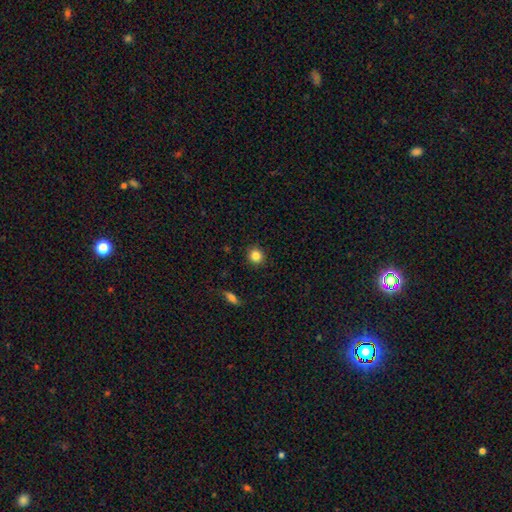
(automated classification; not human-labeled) Smooth or featured: smooth — 85% (star or artifact — 11%)
How rounded: round — 91% (in between — 8%)
Merging: none — 91% (minor disturbance — 6%)